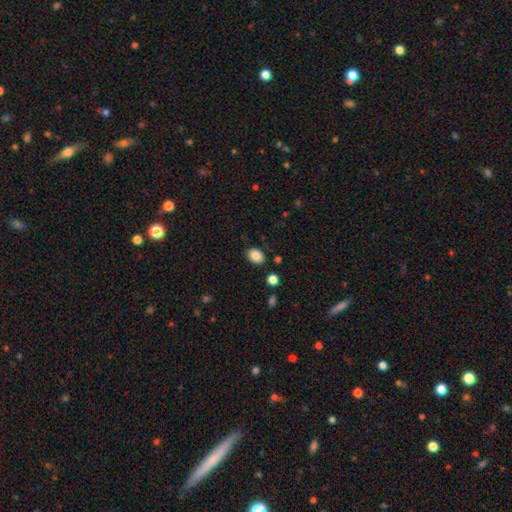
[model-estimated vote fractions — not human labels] Smooth or featured? smooth (87%)
How rounded? in between (72%)
Merging? none (83%)